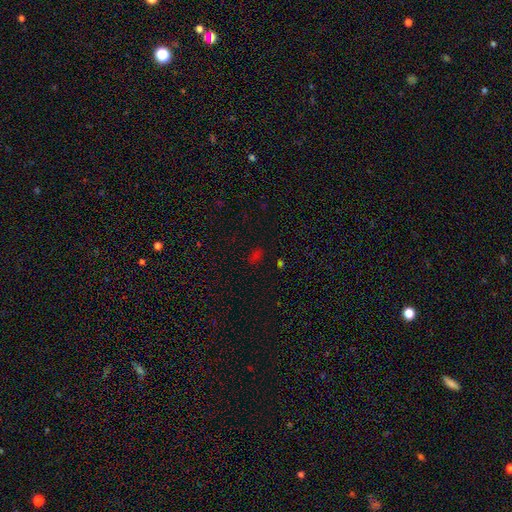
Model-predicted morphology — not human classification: smooth-or-featured: smooth: 58% | star or artifact: 35% | featured or disk: 6%
  how-rounded: in between: 75% | round: 22% | cigar-shaped: 3%
  merging: none: 75% | minor disturbance: 15% | major disturbance: 6% | merger: 4%